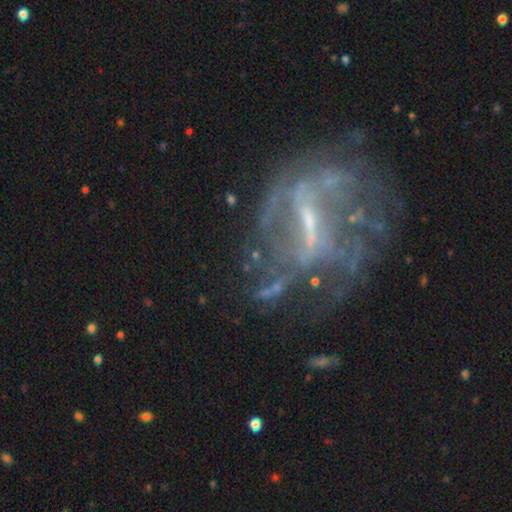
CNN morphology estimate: smooth_or_featured: featured or disk (p=0.73) [alt: star or artifact p=0.15]
disk_edge_on: no (p=0.92) [alt: yes p=0.08]
bar: strong (p=0.56) [alt: weak p=0.28]
has_spiral_arms: yes (p=0.73) [alt: no p=0.27]
bulge_size: small (p=0.40) [alt: moderate p=0.32]
merging: none (p=0.55) [alt: major disturbance p=0.21]